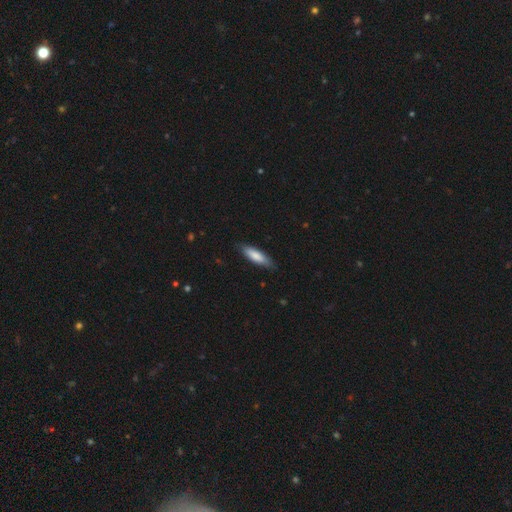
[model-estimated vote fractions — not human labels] Smooth or featured? Predicted: smooth (p=0.80). How rounded? Predicted: cigar-shaped (p=0.54). Merging? Predicted: none (p=0.83).